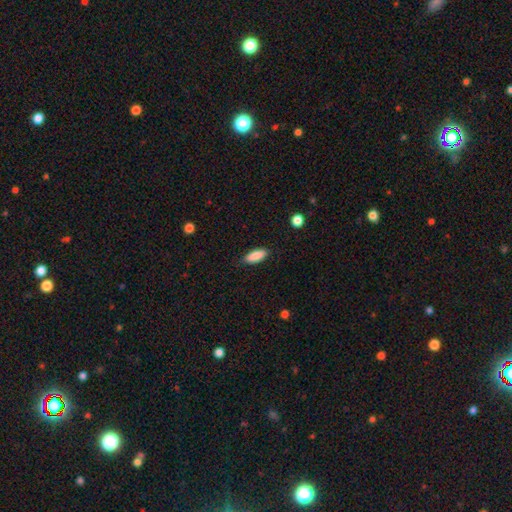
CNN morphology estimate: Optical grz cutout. It shows a smooth galaxy with no disk features (87%) that is in between round and cigar-shaped (75%). Merging: none (83%).